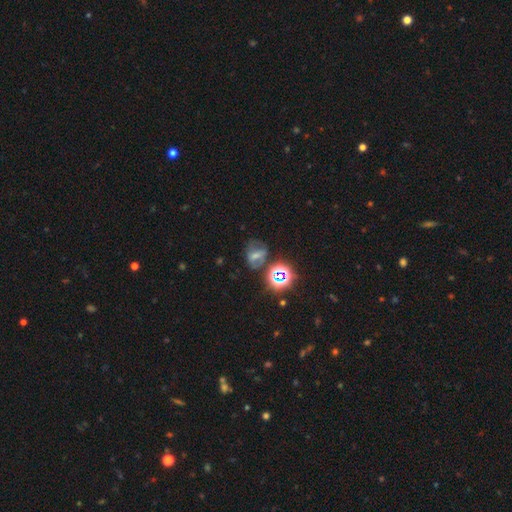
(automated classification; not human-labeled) Overall: star or artifact (44%; featured or disk 30%).